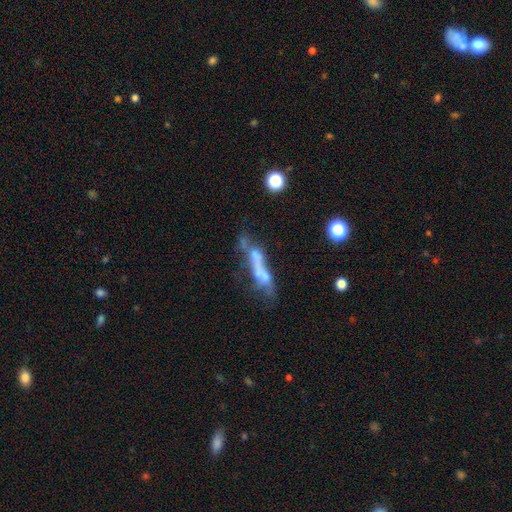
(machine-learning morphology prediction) This is possibly a featured or disk galaxy (45%). Merging: marginally merger (43%).